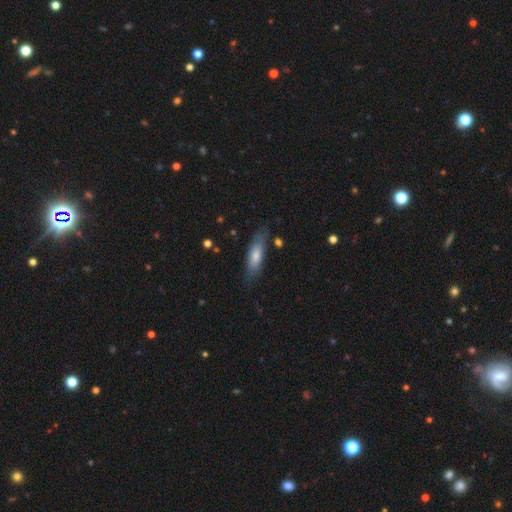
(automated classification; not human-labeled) This appears to be a smooth galaxy with no disk features (69%) that is in between round and cigar-shaped (56%). Merging: none (71%).